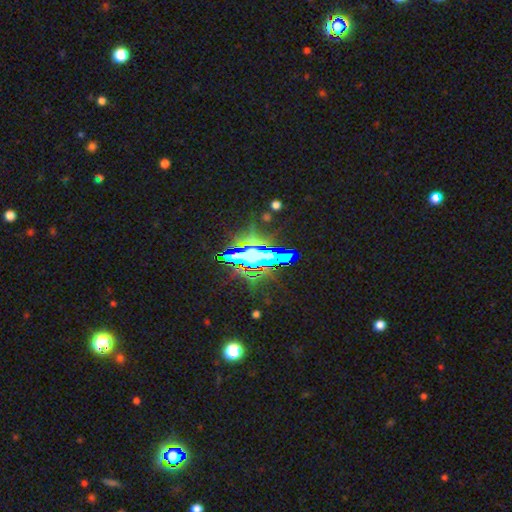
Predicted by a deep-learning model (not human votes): Morphology: type=star or artifact (70%).